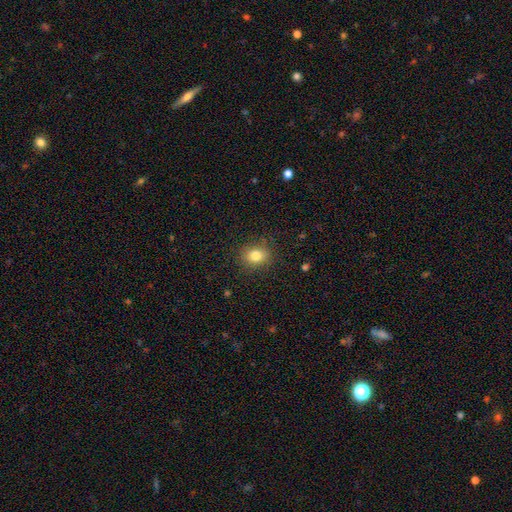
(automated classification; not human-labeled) Smooth or featured?
  - smooth: 82% *
  - star or artifact: 11%
  - featured or disk: 7%
How rounded?
  - round: 58% *
  - in between: 41%
  - cigar-shaped: 1%
Merging?
  - none: 86% *
  - minor disturbance: 10%
  - major disturbance: 3%
  - merger: 1%